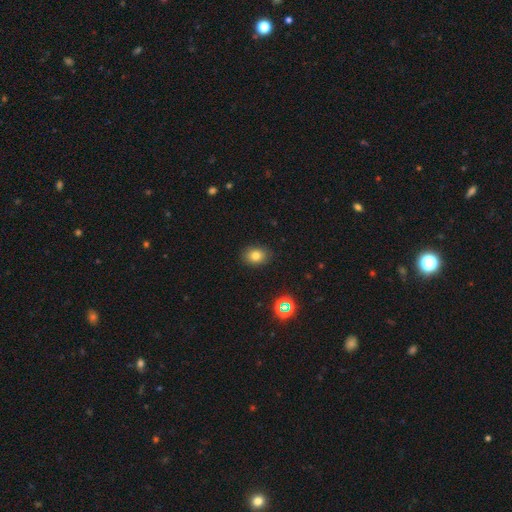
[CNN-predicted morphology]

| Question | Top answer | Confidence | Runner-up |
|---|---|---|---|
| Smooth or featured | smooth | 77% | star or artifact (14%) |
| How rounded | in between | 54% | round (45%) |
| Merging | none | 88% | minor disturbance (9%) |